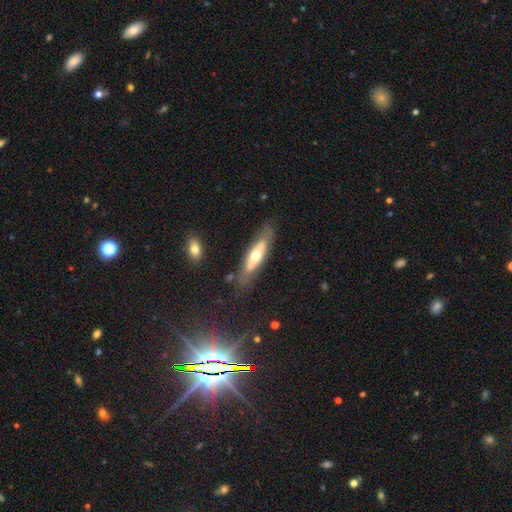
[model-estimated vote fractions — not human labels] Smooth or featured: featured or disk — 53% (smooth — 41%)
Edge-on disk: no — 53% (yes — 47%)
Merging: none — 72% (minor disturbance — 18%)